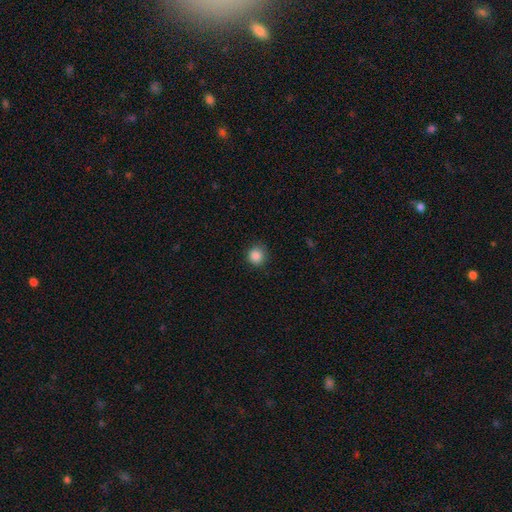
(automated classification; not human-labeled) smooth_or_featured: smooth (p=0.86) [alt: star or artifact p=0.11]
how_rounded: round (p=0.92) [alt: in between p=0.08]
merging: none (p=0.87) [alt: minor disturbance p=0.10]